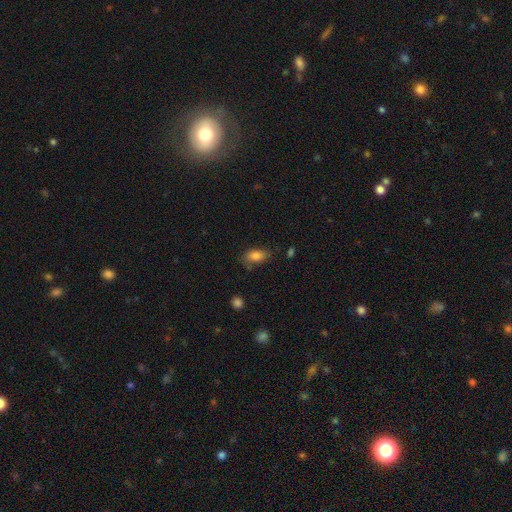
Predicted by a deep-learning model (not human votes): smooth_or_featured: smooth (p=0.84) [alt: star or artifact p=0.09]
how_rounded: in between (p=0.89) [alt: round p=0.07]
merging: none (p=0.70) [alt: minor disturbance p=0.21]